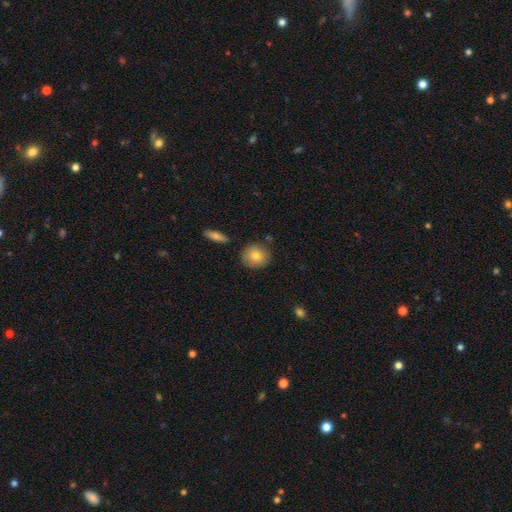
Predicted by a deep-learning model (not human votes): A smooth galaxy with no disk features (79%) that is round (73%).

Vote fractions:
- Smooth or featured? smooth: 79% / featured or disk: 14% / star or artifact: 7%
- How rounded? round: 73% / in between: 26% / cigar-shaped: 1%
- Merging? none: 82% / minor disturbance: 12% / merger: 4% / major disturbance: 2%